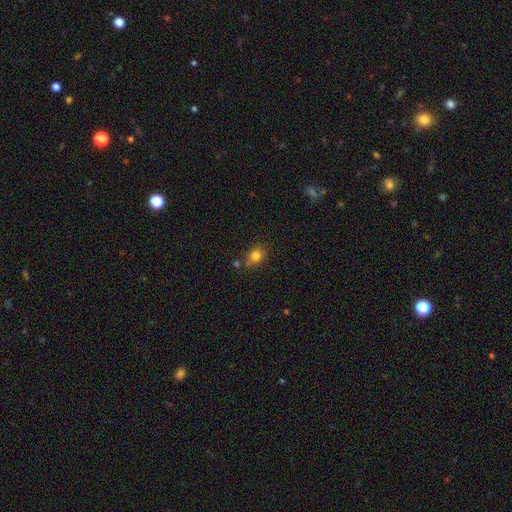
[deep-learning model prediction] The model was most divided on "how rounded": round: 70%, in between: 29%, cigar-shaped: 1%. More confident: smooth or featured — smooth (81%); merging — none (72%).